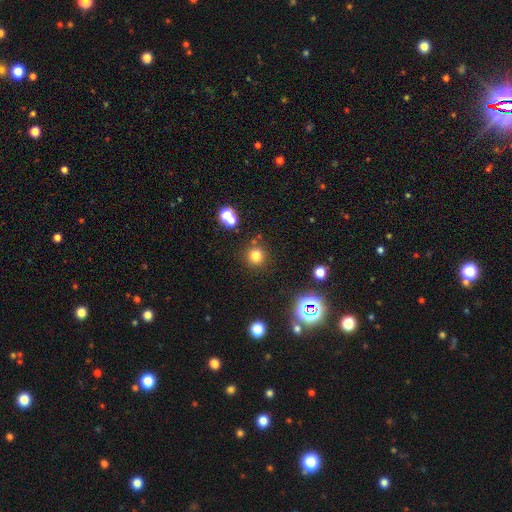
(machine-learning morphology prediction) type=smooth (75%); roundness=round (93%); merging=none (82%).